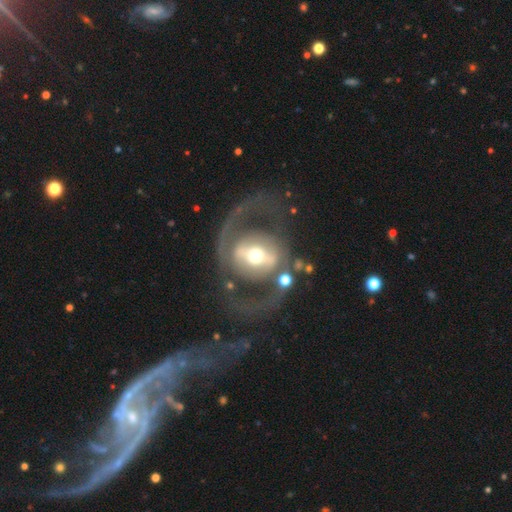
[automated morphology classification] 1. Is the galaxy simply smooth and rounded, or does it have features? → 75% featured or disk, 19% smooth, 6% star or artifact.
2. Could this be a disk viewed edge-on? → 94% no, 6% yes.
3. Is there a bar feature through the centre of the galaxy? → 46% strong, 28% weak, 26% no.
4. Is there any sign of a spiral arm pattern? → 51% yes, 49% no.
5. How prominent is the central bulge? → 64% moderate, 17% large, 16% small, 3% dominant, 1% none.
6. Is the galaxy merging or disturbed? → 63% none, 20% major disturbance, 12% minor disturbance, 4% merger.